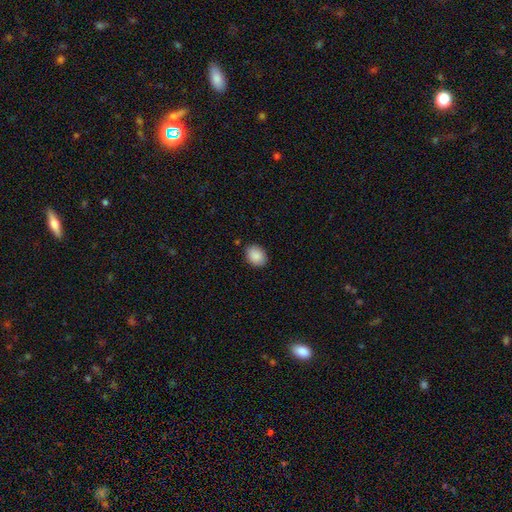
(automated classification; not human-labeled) Smooth or featured? smooth (89%)
How rounded? in between (66%)
Merging? none (86%)